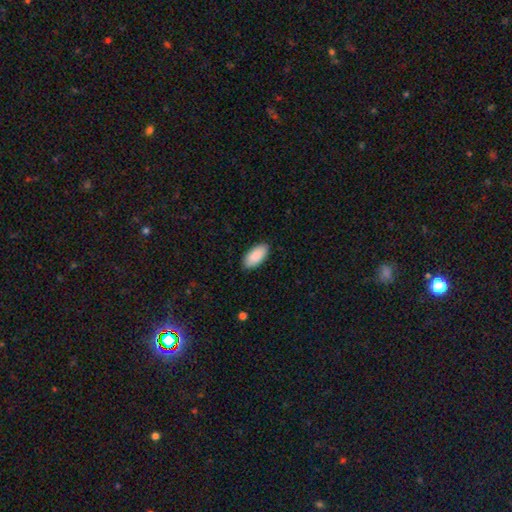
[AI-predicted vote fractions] Q: Smooth or featured?
A: smooth (91%); runner-up: star or artifact (5%)
Q: How rounded?
A: in between (93%); runner-up: cigar-shaped (5%)
Q: Merging?
A: none (88%); runner-up: minor disturbance (9%)